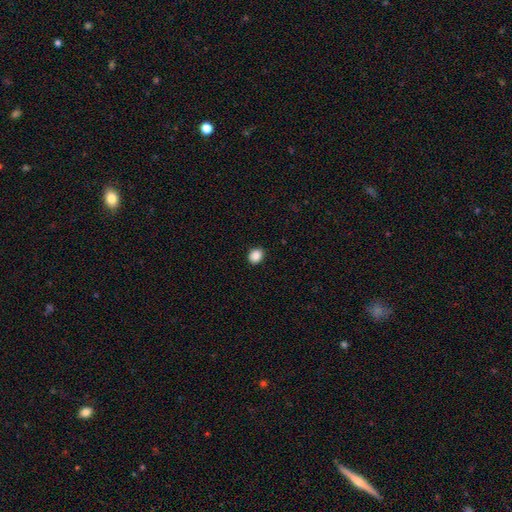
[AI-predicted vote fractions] This appears to be a smooth galaxy with no disk features (89%) that is round (57%). Merging: none (89%).